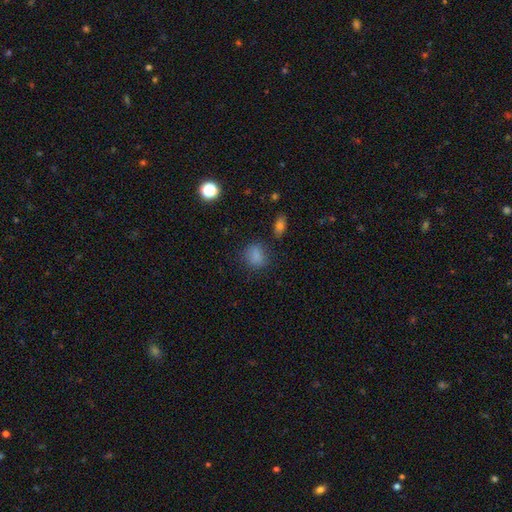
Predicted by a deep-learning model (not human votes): smooth-or-featured: smooth: 81% | star or artifact: 14% | featured or disk: 5%
  how-rounded: round: 62% | in between: 37% | cigar-shaped: 2%
  merging: none: 74% | minor disturbance: 17% | major disturbance: 6% | merger: 4%